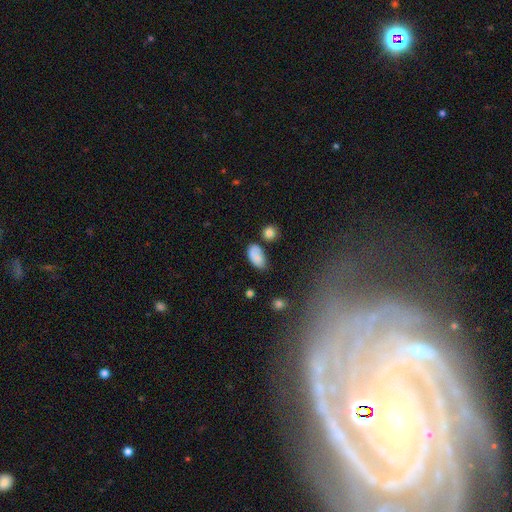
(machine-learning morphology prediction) Q: Smooth or featured?
A: smooth (78%); runner-up: featured or disk (12%)
Q: How rounded?
A: in between (92%); runner-up: round (6%)
Q: Merging?
A: none (57%); runner-up: minor disturbance (26%)